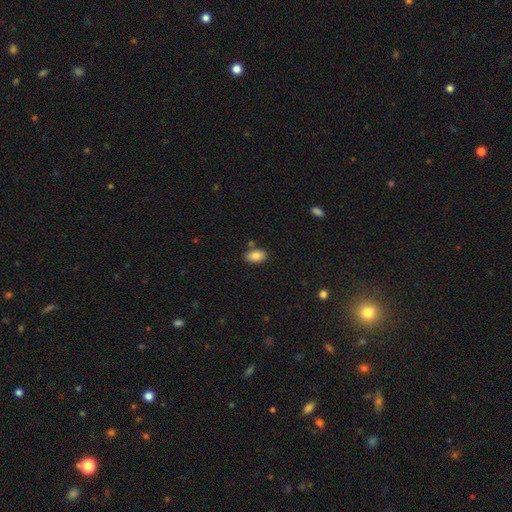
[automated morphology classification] Smooth or featured? Predicted: smooth (p=0.86). How rounded? Predicted: in between (p=0.91). Merging? Predicted: none (p=0.78).